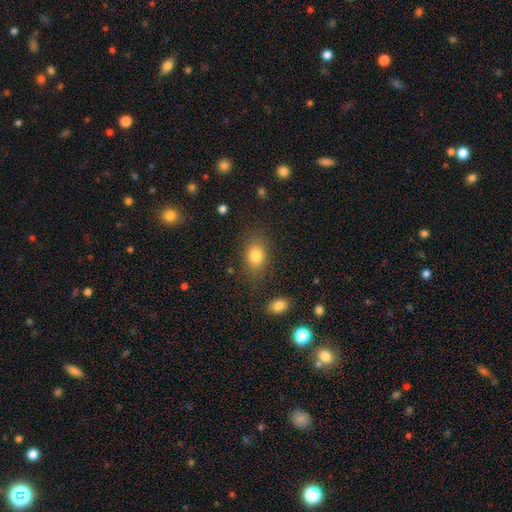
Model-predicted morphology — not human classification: A smooth galaxy with no disk features (81%) that is in between round and cigar-shaped (74%). Merging: none (79%).